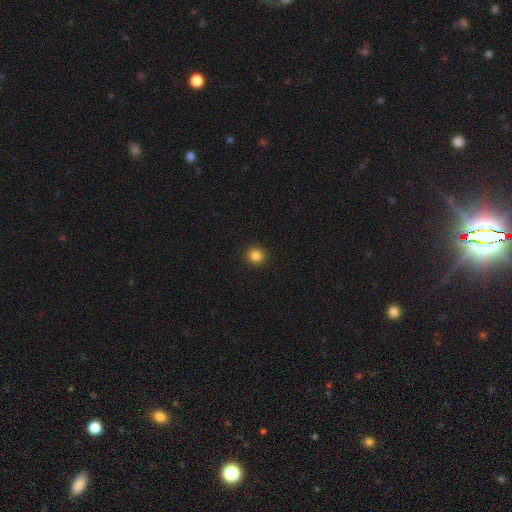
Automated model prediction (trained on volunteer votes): A smooth galaxy with no disk features (84%) that is round (89%).

Vote fractions:
- Smooth or featured? smooth: 84% / star or artifact: 11% / featured or disk: 4%
- How rounded? round: 89% / in between: 10% / cigar-shaped: 1%
- Merging? none: 93% / minor disturbance: 5% / major disturbance: 2% / merger: 1%